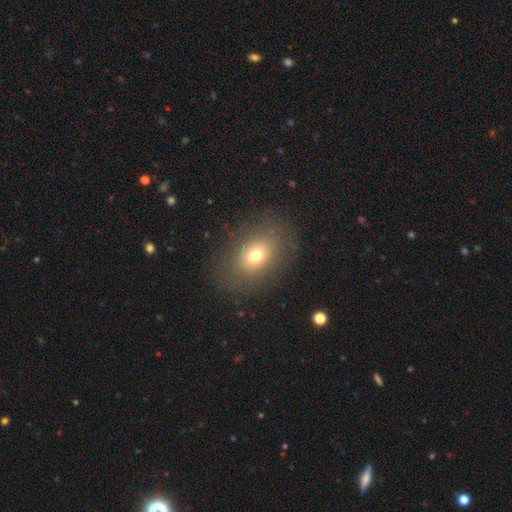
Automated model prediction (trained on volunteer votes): Smooth or featured: smooth — 70% (featured or disk — 17%)
How rounded: in between — 73% (round — 26%)
Merging: none — 83% (minor disturbance — 11%)